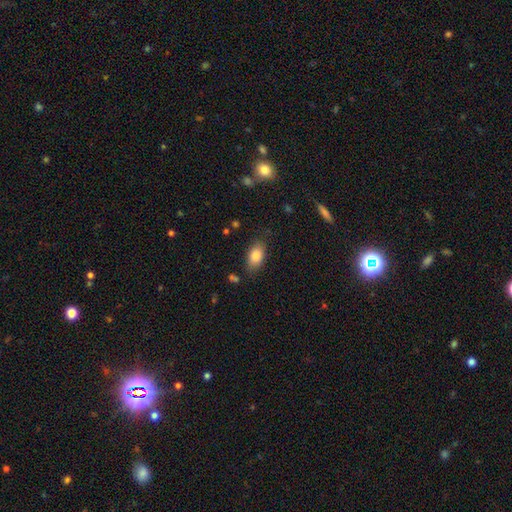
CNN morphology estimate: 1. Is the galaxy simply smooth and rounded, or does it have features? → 82% smooth, 10% featured or disk, 8% star or artifact.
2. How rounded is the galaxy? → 90% in between, 7% round, 3% cigar-shaped.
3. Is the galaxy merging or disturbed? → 81% none, 14% minor disturbance, 3% major disturbance, 2% merger.